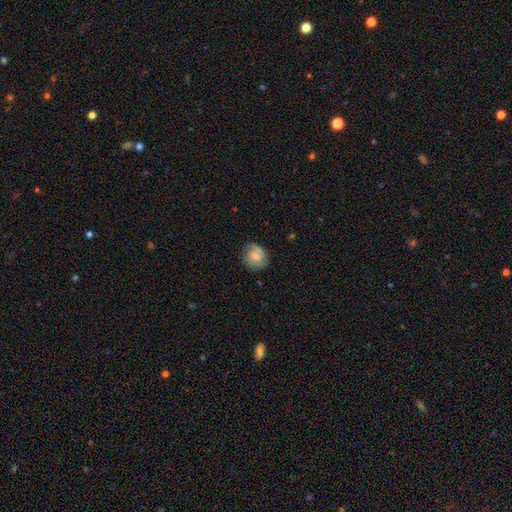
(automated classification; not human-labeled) A smooth galaxy with no disk features (54%) that is round (75%).

Vote fractions:
- Smooth or featured? smooth: 54% / featured or disk: 38% / star or artifact: 8%
- How rounded? round: 75% / in between: 24% / cigar-shaped: 1%
- Merging? none: 70% / minor disturbance: 23% / major disturbance: 6% / merger: 1%